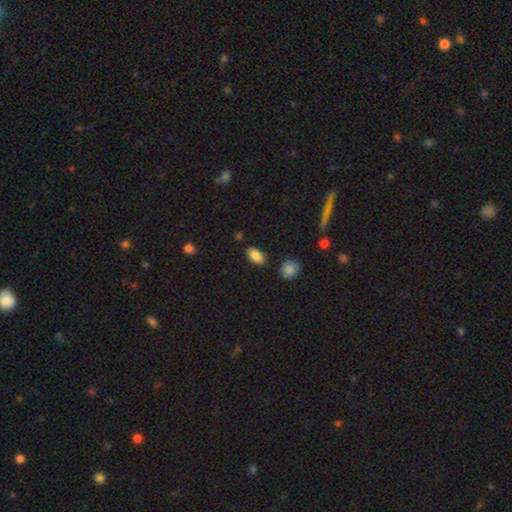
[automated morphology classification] Overall: smooth (86%). How rounded: in between (92%). Merging: none (84%).